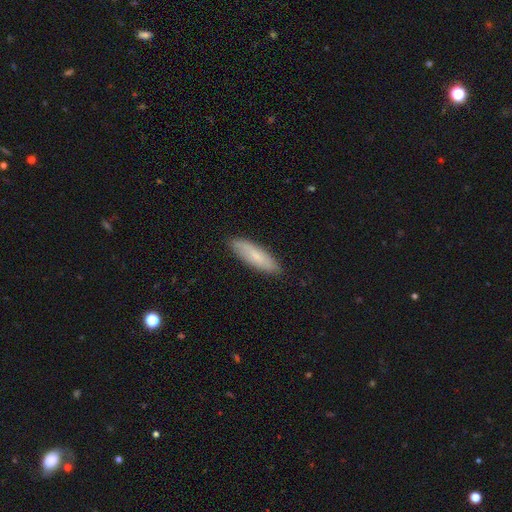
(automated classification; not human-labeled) Smooth or featured? Predicted: smooth (p=0.73). How rounded? Predicted: cigar-shaped (p=0.57). Merging? Predicted: none (p=0.86).